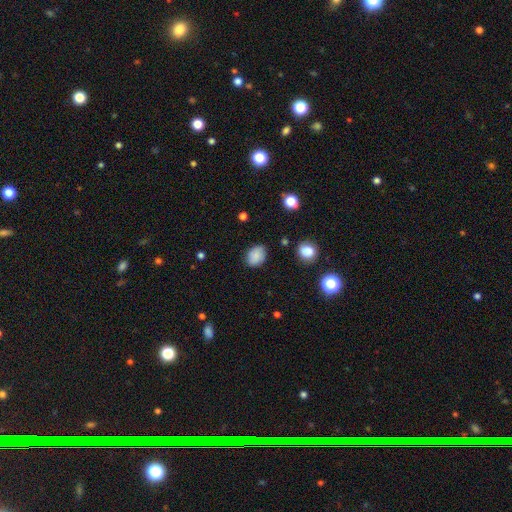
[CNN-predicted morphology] Smooth or featured?
  - smooth: 85% *
  - star or artifact: 9%
  - featured or disk: 6%
How rounded?
  - in between: 71% *
  - round: 28%
  - cigar-shaped: 1%
Merging?
  - none: 82% *
  - minor disturbance: 14%
  - major disturbance: 3%
  - merger: 2%